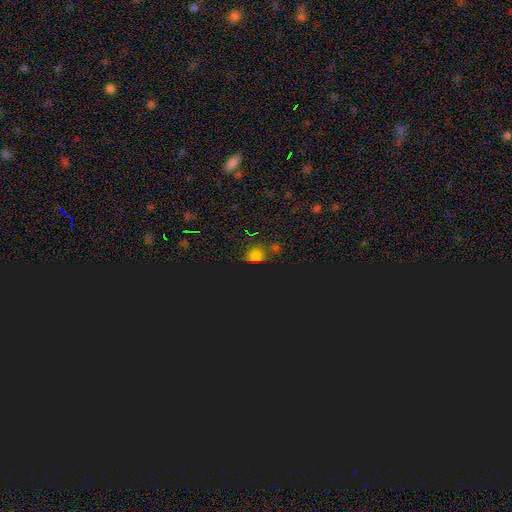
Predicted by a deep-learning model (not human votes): Smooth or featured?
  - smooth: 48% *
  - star or artifact: 46%
  - featured or disk: 7%
Merging?
  - none: 60% *
  - merger: 17%
  - minor disturbance: 16%
  - major disturbance: 7%